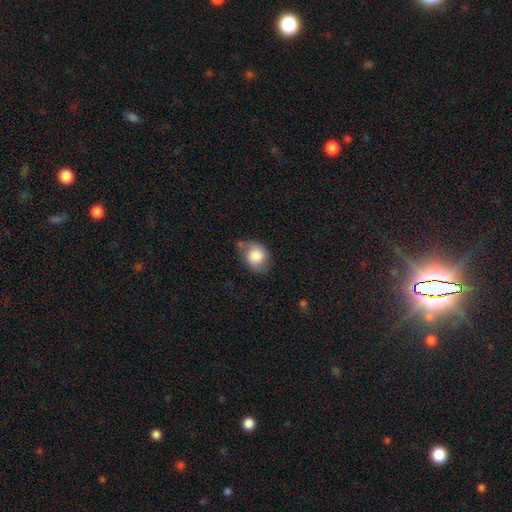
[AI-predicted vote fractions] This appears to be a smooth galaxy with no disk features (80%) that is round (52%). Merging: none (49%).